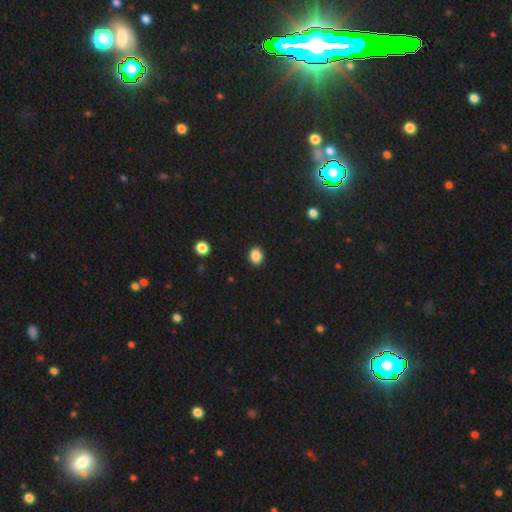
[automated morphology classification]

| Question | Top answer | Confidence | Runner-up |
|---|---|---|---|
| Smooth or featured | smooth | 87% | star or artifact (10%) |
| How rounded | round | 56% | in between (44%) |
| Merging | none | 91% | minor disturbance (6%) |